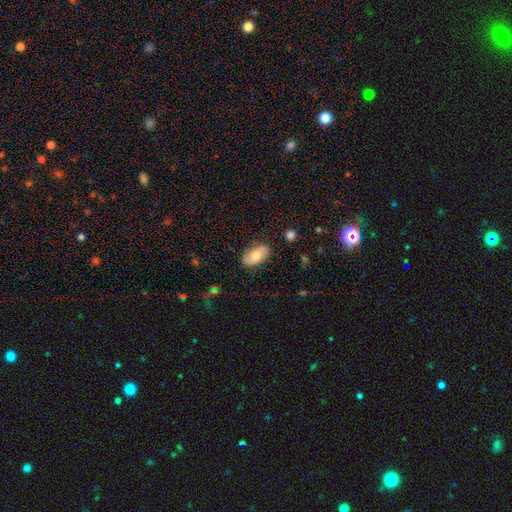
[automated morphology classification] This is likely a smooth galaxy (68%). How rounded: clearly in between (93%). Merging: clearly none (82%).